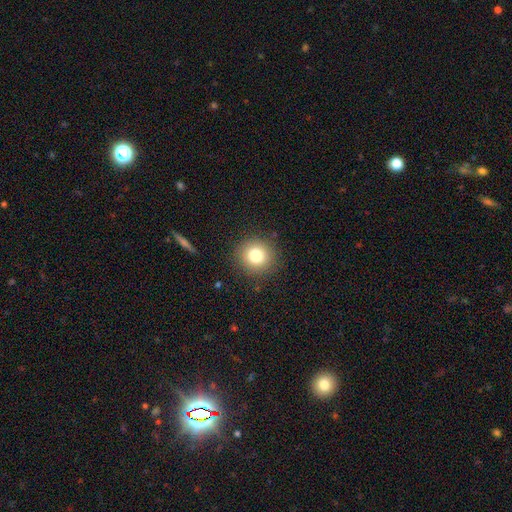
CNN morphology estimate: The model was most divided on "smooth or featured": smooth: 81%, star or artifact: 11%, featured or disk: 8%. More confident: how rounded — round (93%); merging — none (89%).